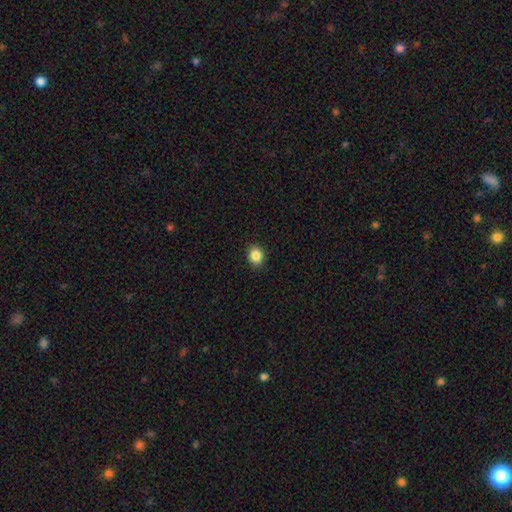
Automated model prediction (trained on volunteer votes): The model was most divided on "how rounded": round: 71%, in between: 28%, cigar-shaped: 1%. More confident: merging — none (91%); smooth or featured — smooth (86%).